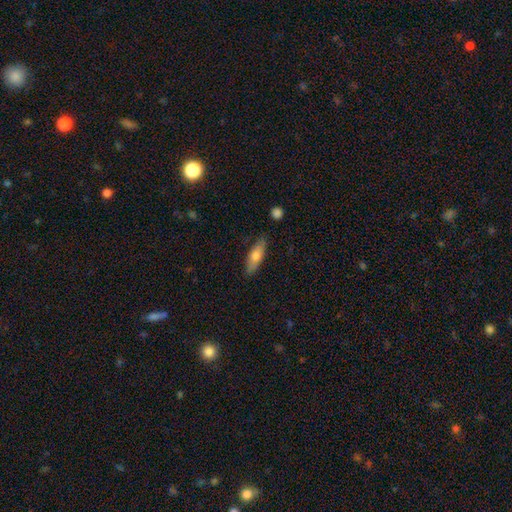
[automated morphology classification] smooth-or-featured: smooth: 68% | featured or disk: 26% | star or artifact: 6%
  how-rounded: in between: 54% | cigar-shaped: 44% | round: 2%
  merging: none: 84% | minor disturbance: 12% | major disturbance: 2% | merger: 2%